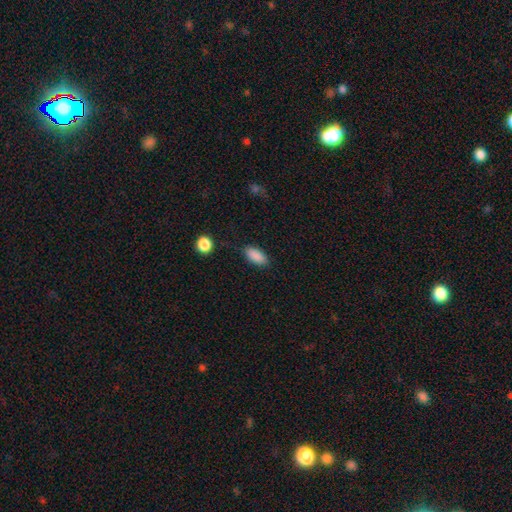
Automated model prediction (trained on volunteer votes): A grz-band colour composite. It shows a smooth galaxy with no disk features (89%) that is in between round and cigar-shaped (90%). Merging: none (84%).